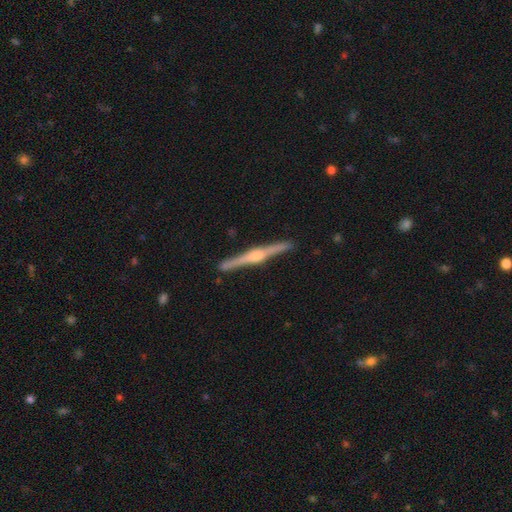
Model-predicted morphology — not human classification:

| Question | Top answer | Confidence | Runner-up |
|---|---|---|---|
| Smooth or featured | featured or disk | 83% | smooth (12%) |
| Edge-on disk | yes | 98% | no (2%) |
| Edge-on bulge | rounded | 84% | boxy (9%) |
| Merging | none | 91% | minor disturbance (6%) |